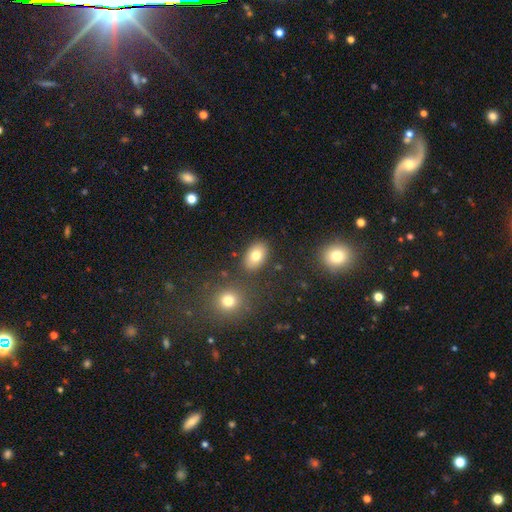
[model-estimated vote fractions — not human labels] Smooth or featured? smooth (79%)
How rounded? in between (82%)
Merging? none (82%)